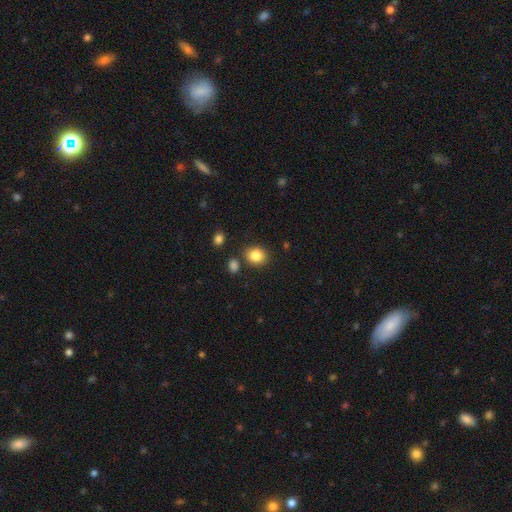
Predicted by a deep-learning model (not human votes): Smooth or featured: smooth — 84% (star or artifact — 10%)
How rounded: round — 66% (in between — 33%)
Merging: none — 81% (minor disturbance — 10%)